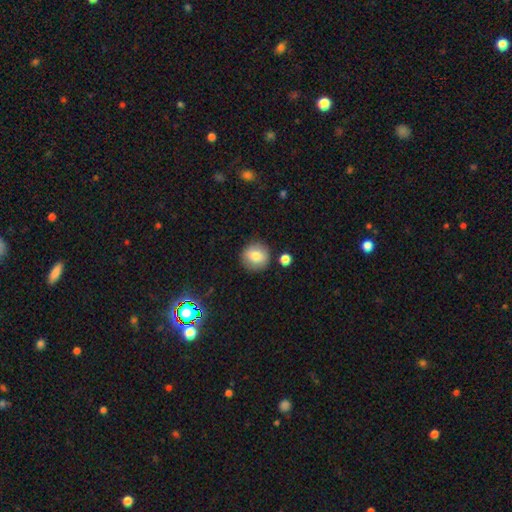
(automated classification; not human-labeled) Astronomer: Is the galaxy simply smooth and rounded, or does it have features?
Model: smooth — 81%.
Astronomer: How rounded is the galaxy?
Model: round — 92%.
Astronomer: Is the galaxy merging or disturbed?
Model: none — 86%.